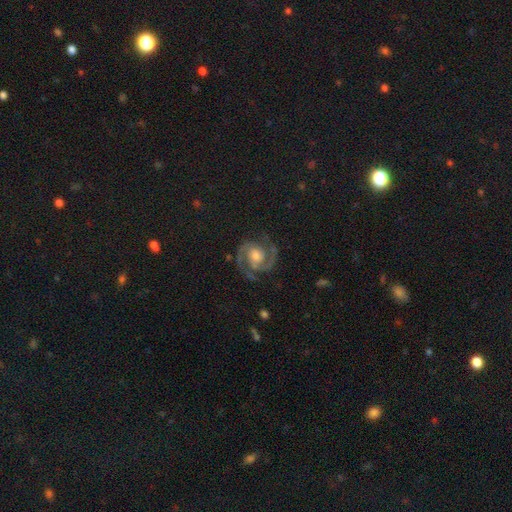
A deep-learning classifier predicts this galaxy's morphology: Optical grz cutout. It shows a featured or disk galaxy (91%) with no bar (65%), 2 (92%) medium (49%) spiral arms (98%) and a moderate central bulge (58%). Merging: none (81%).